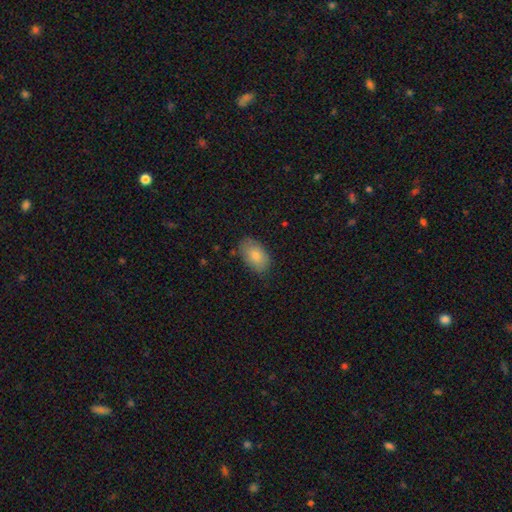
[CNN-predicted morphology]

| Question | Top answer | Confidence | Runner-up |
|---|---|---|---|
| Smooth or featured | smooth | 82% | featured or disk (11%) |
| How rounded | in between | 91% | round (8%) |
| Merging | none | 80% | minor disturbance (16%) |